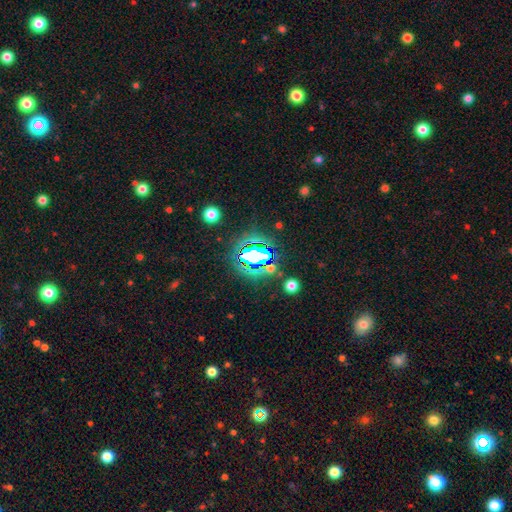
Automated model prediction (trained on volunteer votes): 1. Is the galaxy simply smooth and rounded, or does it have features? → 72% star or artifact, 18% smooth, 10% featured or disk.